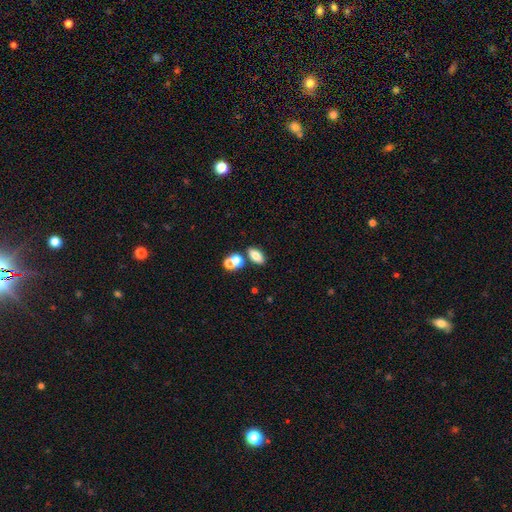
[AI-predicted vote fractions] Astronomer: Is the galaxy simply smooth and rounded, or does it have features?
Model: smooth — 76%.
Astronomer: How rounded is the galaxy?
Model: in between — 85%.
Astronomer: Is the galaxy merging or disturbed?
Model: none — 63%.